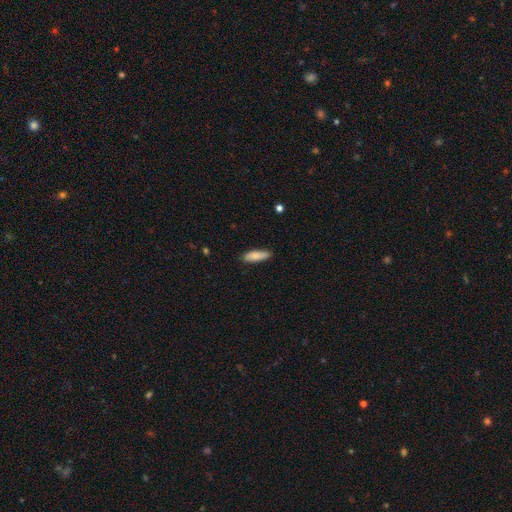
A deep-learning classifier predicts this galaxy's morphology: smooth_or_featured: smooth (p=0.84) [alt: featured or disk p=0.10]
how_rounded: in between (p=0.51) [alt: cigar-shaped p=0.48]
merging: none (p=0.83) [alt: minor disturbance p=0.14]